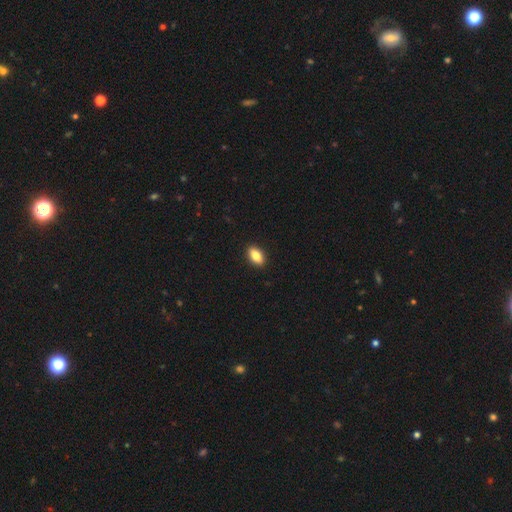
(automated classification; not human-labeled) smooth_or_featured: smooth (p=0.84) [alt: featured or disk p=0.08]
how_rounded: in between (p=0.90) [alt: round p=0.05]
merging: none (p=0.91) [alt: minor disturbance p=0.06]